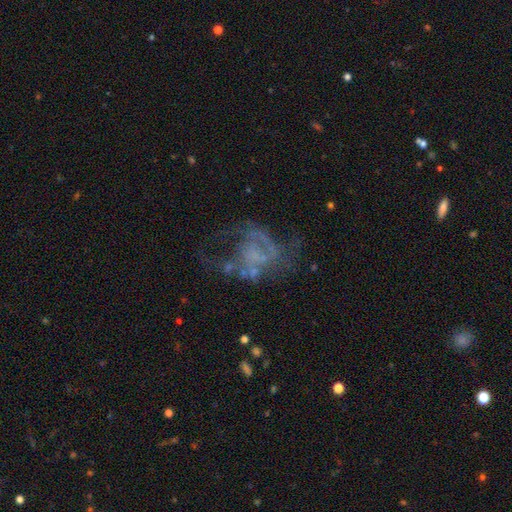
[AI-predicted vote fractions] Q: Smooth or featured?
A: featured or disk (68%); runner-up: smooth (17%)
Q: Edge-on disk?
A: no (98%); runner-up: yes (2%)
Q: Bar?
A: no (80%); runner-up: weak (16%)
Q: Spiral arms?
A: no (54%); runner-up: yes (46%)
Q: Bulge size?
A: none (69%); runner-up: small (17%)
Q: Merging?
A: major disturbance (42%); runner-up: none (34%)